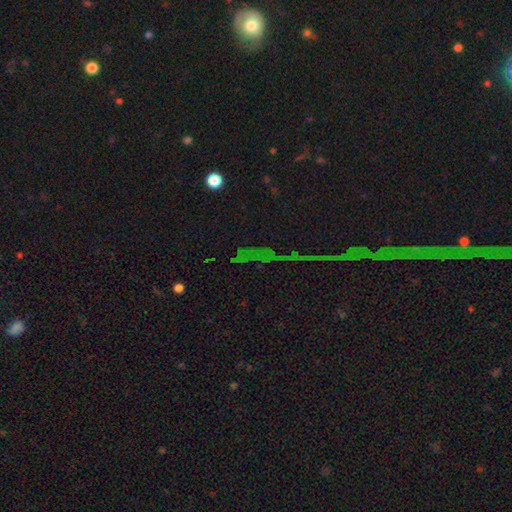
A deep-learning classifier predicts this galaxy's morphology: star or artifact 81%, smooth 10%, featured or disk 9%.